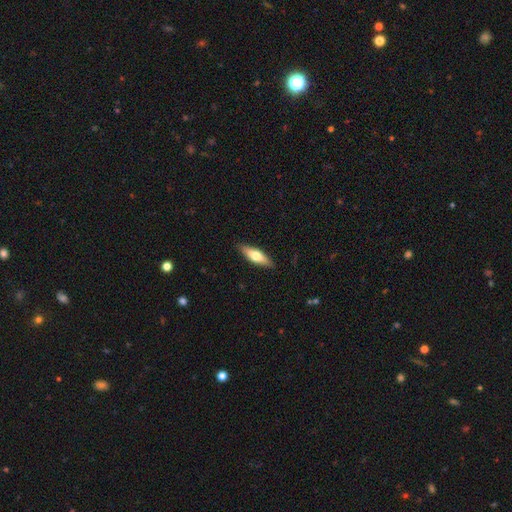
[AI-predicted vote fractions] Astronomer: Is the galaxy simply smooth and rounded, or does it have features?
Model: smooth — 56% (runner-up: featured or disk, 39%).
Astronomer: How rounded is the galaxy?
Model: cigar-shaped — 50% (runner-up: in between, 48%).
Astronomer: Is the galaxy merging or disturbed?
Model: none — 88%.